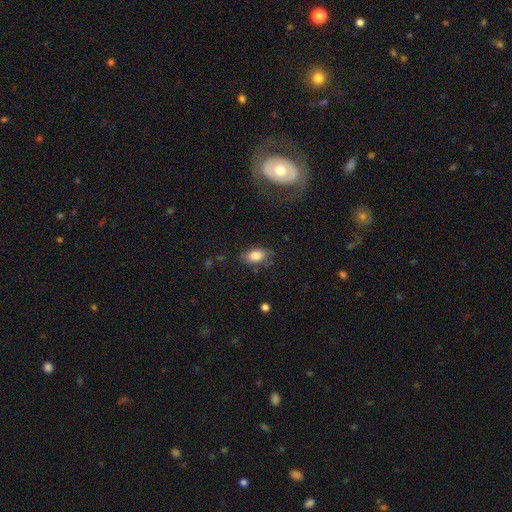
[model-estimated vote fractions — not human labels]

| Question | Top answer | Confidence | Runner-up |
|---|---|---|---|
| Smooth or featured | smooth | 81% | featured or disk (11%) |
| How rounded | in between | 90% | round (7%) |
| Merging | none | 72% | minor disturbance (20%) |